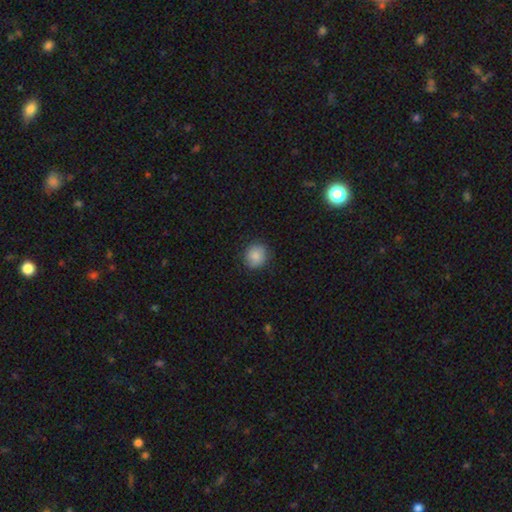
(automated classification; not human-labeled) Overall: smooth (85%). How rounded: round (86%). Merging: none (87%).